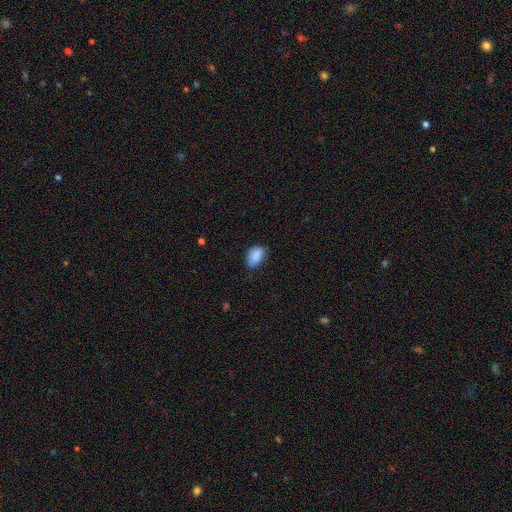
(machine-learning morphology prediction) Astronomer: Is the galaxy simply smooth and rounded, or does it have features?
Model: smooth — 85%.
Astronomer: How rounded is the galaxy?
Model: in between — 87%.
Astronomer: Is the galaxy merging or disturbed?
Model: none — 50% (runner-up: minor disturbance, 39%).